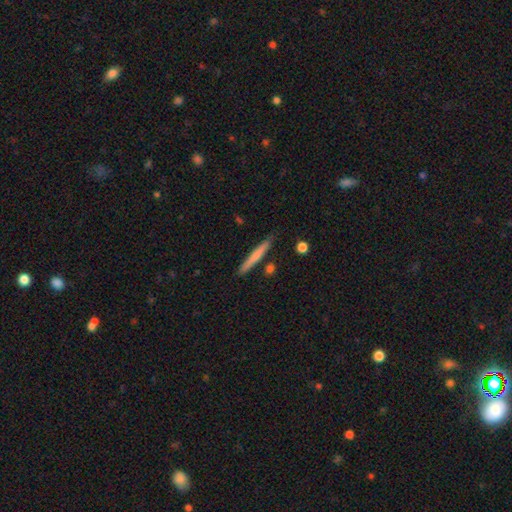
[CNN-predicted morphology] Q: Smooth or featured?
A: smooth (63%); runner-up: featured or disk (31%)
Q: How rounded?
A: cigar-shaped (96%); runner-up: in between (3%)
Q: Merging?
A: none (85%); runner-up: minor disturbance (9%)